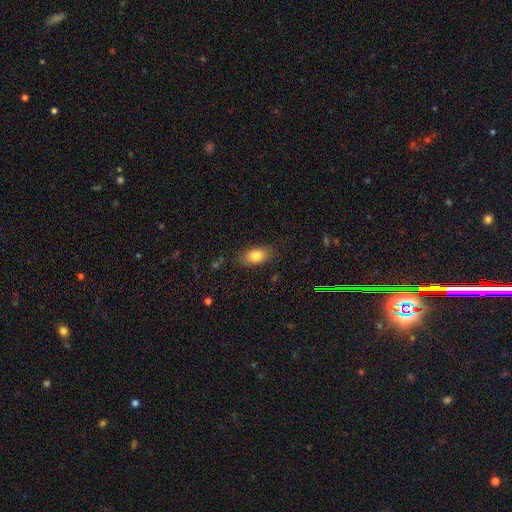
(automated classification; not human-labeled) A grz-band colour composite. It shows a smooth galaxy with no disk features (82%) that is in between round and cigar-shaped (89%). Merging: none (81%).